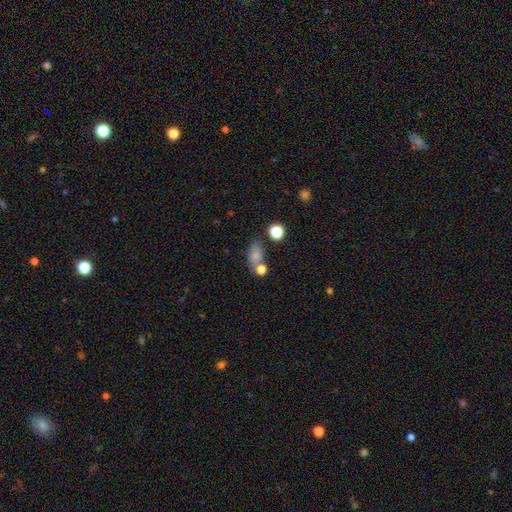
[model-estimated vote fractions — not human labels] A smooth galaxy with no disk features (75%) that is in between round and cigar-shaped (75%). Merging: none (51%).